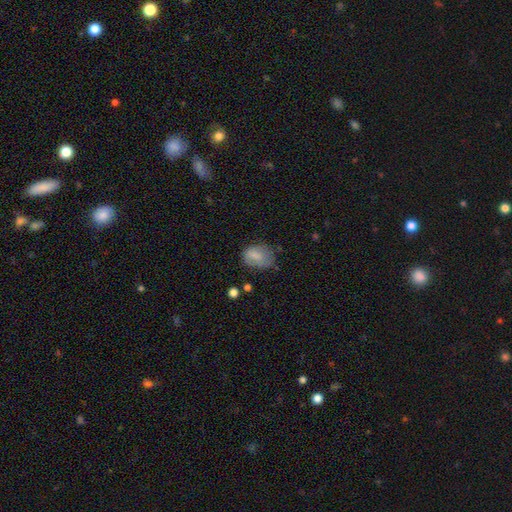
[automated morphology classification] Smooth or featured? smooth (74%)
How rounded? in between (68%)
Merging? none (53%)